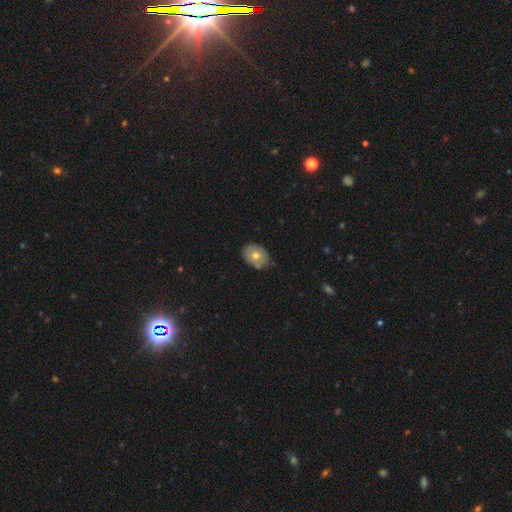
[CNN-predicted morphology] Smooth or featured?
  - smooth: 62% *
  - featured or disk: 30%
  - star or artifact: 8%
How rounded?
  - in between: 70% *
  - round: 29%
  - cigar-shaped: 1%
Merging?
  - none: 76% *
  - minor disturbance: 19%
  - major disturbance: 3%
  - merger: 2%